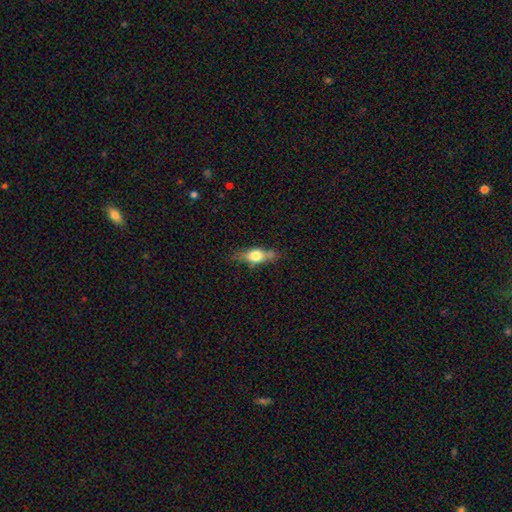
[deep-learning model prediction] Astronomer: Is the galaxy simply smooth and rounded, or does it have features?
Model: smooth — 57% (runner-up: featured or disk, 36%).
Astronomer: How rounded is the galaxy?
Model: in between — 59% (runner-up: cigar-shaped, 34%).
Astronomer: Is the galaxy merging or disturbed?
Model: none — 67%.